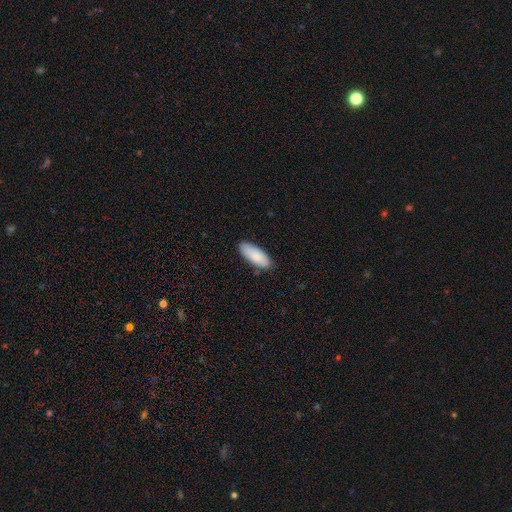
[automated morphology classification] This appears to be a smooth galaxy with no disk features (88%) that is in between round and cigar-shaped (77%). Merging: none (84%).